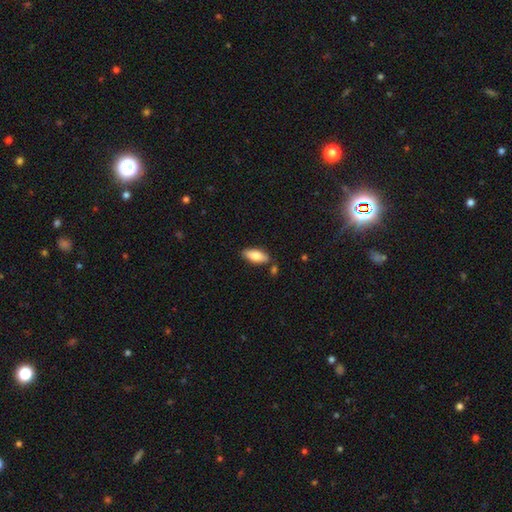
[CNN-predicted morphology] Overall: smooth (78%). How rounded: in between (81%). Merging: none (80%).